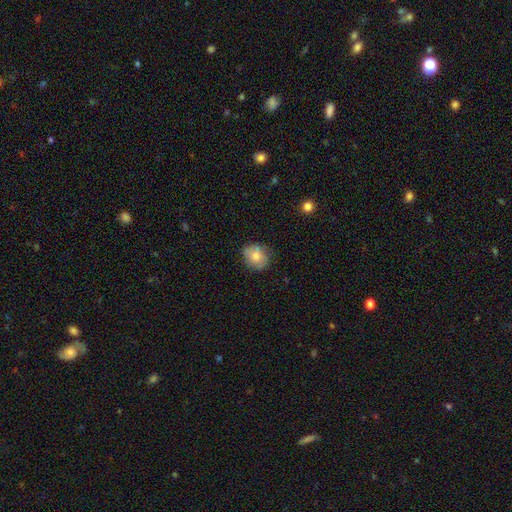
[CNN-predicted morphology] smooth-or-featured: smooth: 75% | featured or disk: 16% | star or artifact: 9%
  how-rounded: round: 70% | in between: 29% | cigar-shaped: 1%
  merging: none: 74% | minor disturbance: 20% | major disturbance: 4% | merger: 2%